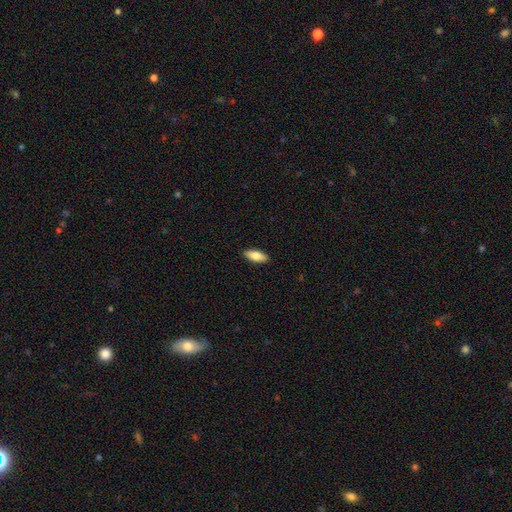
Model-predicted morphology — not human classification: Smooth or featured?
  - smooth: 79% *
  - featured or disk: 15%
  - star or artifact: 6%
How rounded?
  - in between: 79% *
  - cigar-shaped: 19%
  - round: 2%
Merging?
  - none: 91% *
  - minor disturbance: 7%
  - major disturbance: 2%
  - merger: 1%